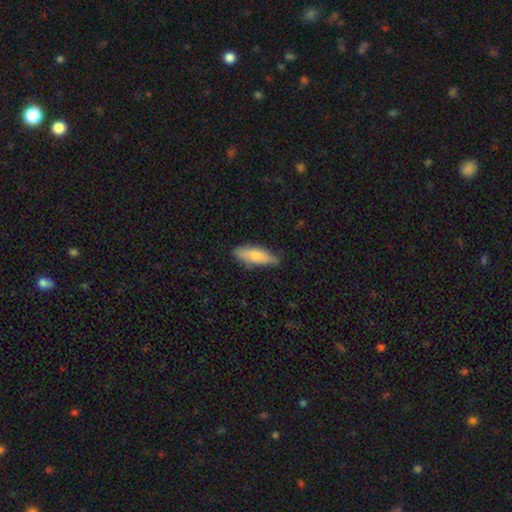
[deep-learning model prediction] Smooth or featured? Predicted: smooth (p=0.78). How rounded? Predicted: in between (p=0.56). Merging? Predicted: none (p=0.73).